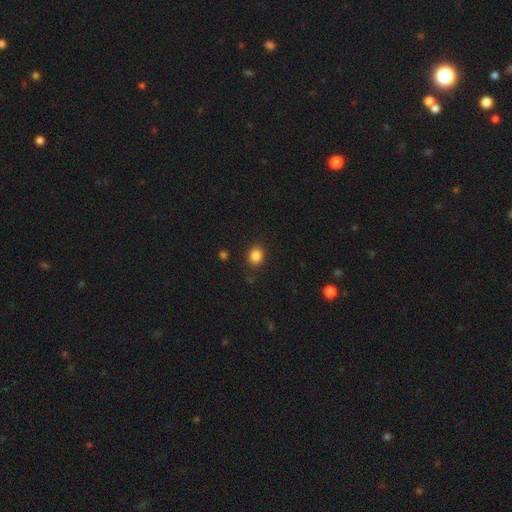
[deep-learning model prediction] Smooth or featured: smooth — 85% (star or artifact — 11%)
How rounded: round — 55% (in between — 44%)
Merging: none — 85% (minor disturbance — 10%)